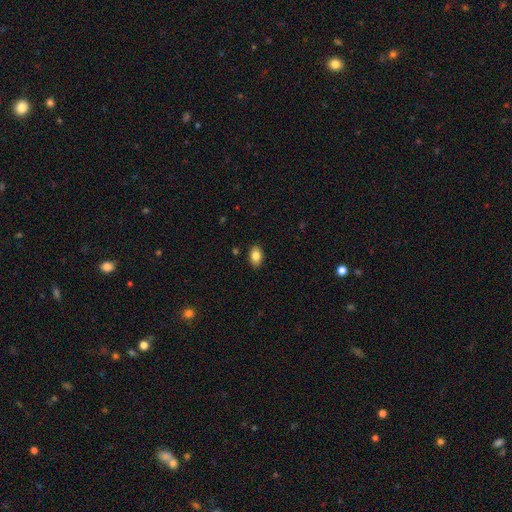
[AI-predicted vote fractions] Smooth or featured? Predicted: smooth (p=0.83). How rounded? Predicted: in between (p=0.88). Merging? Predicted: none (p=0.88).